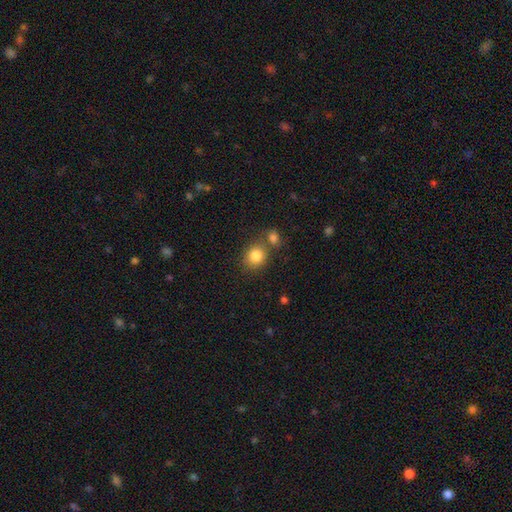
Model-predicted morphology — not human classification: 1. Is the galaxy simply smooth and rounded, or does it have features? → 85% smooth, 9% star or artifact, 6% featured or disk.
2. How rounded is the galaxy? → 68% round, 31% in between, 1% cigar-shaped.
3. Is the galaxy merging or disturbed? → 62% none, 22% merger, 12% minor disturbance, 4% major disturbance.